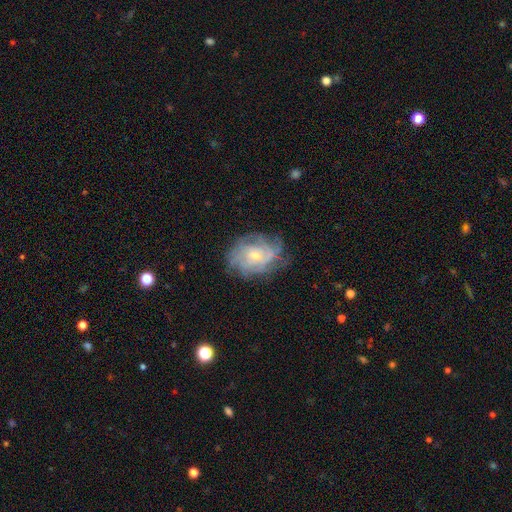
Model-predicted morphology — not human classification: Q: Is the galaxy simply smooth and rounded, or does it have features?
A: featured or disk — 73%.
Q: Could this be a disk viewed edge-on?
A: no — 97%.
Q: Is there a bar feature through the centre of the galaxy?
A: no — 71%.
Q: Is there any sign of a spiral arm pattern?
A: yes — 84%.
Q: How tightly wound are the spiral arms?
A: tight — 61%.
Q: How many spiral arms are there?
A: can't tell — 55%.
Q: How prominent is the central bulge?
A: small — 61%.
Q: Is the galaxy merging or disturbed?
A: none — 66%.